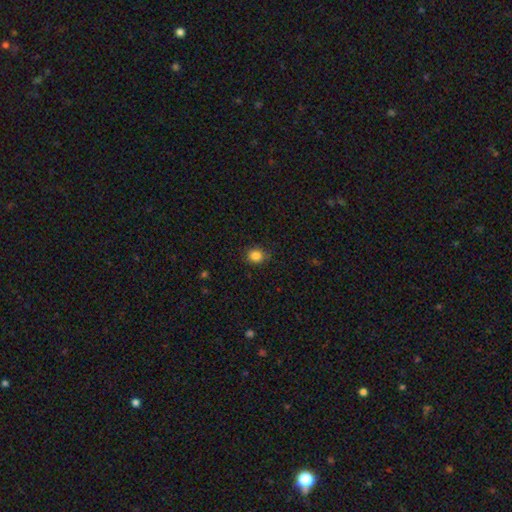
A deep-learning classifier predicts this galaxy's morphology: smooth 85%, star or artifact 11%, featured or disk 4%. Down the decision tree: how rounded — round (74%); merging — none (83%).